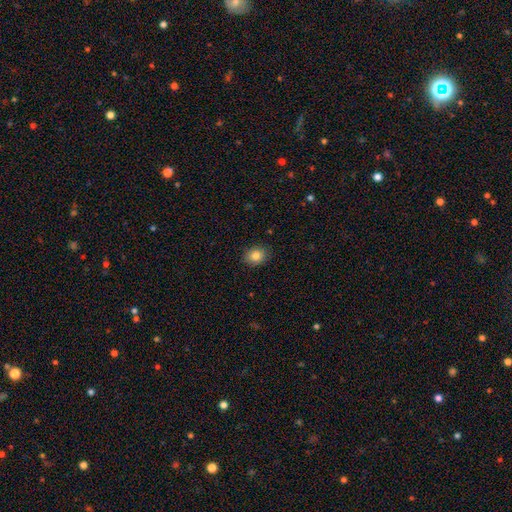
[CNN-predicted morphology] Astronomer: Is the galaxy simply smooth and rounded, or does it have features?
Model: smooth — 84%.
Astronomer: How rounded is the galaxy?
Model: in between — 51% (runner-up: round, 48%).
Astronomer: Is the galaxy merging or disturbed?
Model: none — 88%.